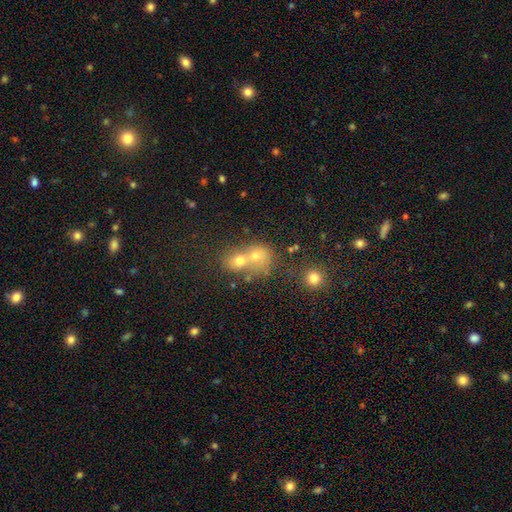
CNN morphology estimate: A smooth galaxy with no disk features (66%) that is round (68%).

Vote fractions:
- Smooth or featured? smooth: 66% / featured or disk: 18% / star or artifact: 16%
- How rounded? round: 68% / in between: 31% / cigar-shaped: 1%
- Merging? merger: 68% / none: 23% / minor disturbance: 6% / major disturbance: 4%